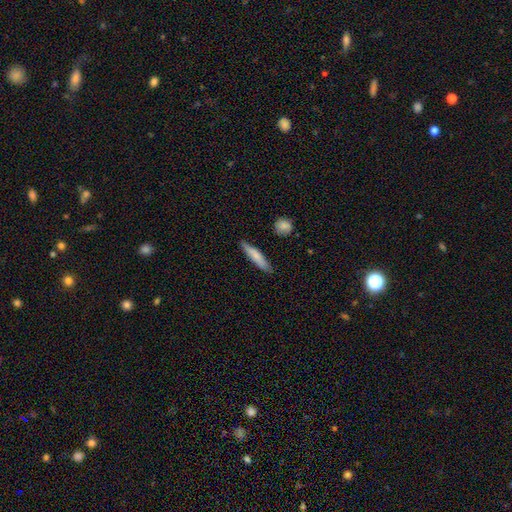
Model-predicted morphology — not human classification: Smooth or featured?
  - smooth: 75% *
  - featured or disk: 19%
  - star or artifact: 6%
How rounded?
  - cigar-shaped: 86% *
  - in between: 13%
  - round: 2%
Merging?
  - none: 82% *
  - minor disturbance: 14%
  - major disturbance: 2%
  - merger: 2%